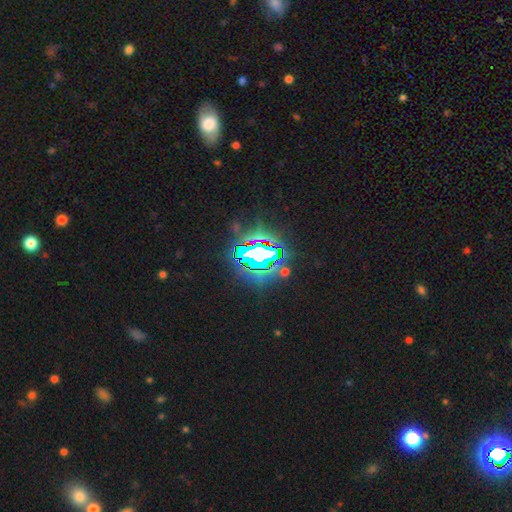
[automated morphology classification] The model was most divided on "smooth or featured": star or artifact: 79%, featured or disk: 11%, smooth: 10%.